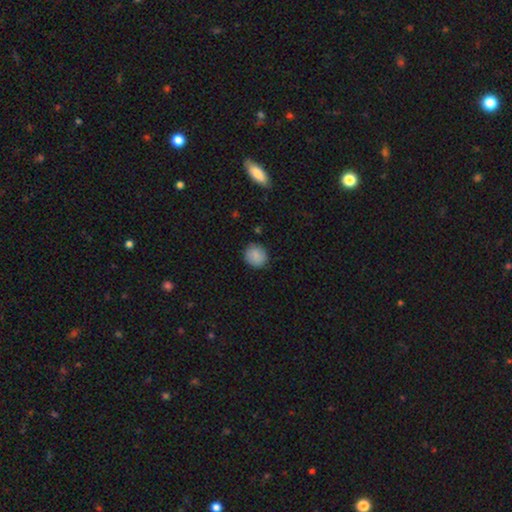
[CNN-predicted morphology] Smooth or featured? Predicted: smooth (p=0.87). How rounded? Predicted: round (p=0.88). Merging? Predicted: none (p=0.86).